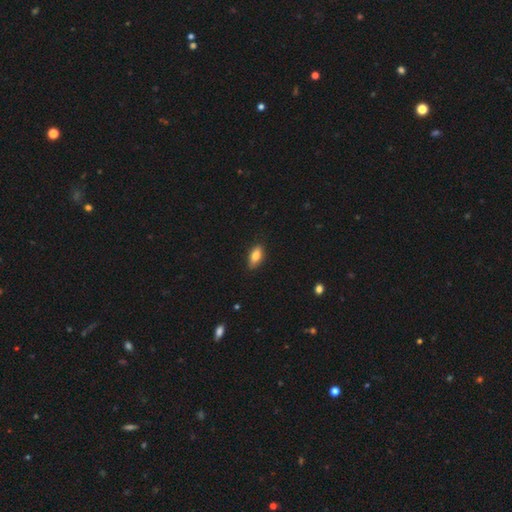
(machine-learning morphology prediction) A smooth galaxy with no disk features (80%) that is in between round and cigar-shaped (85%). Merging: none (86%).